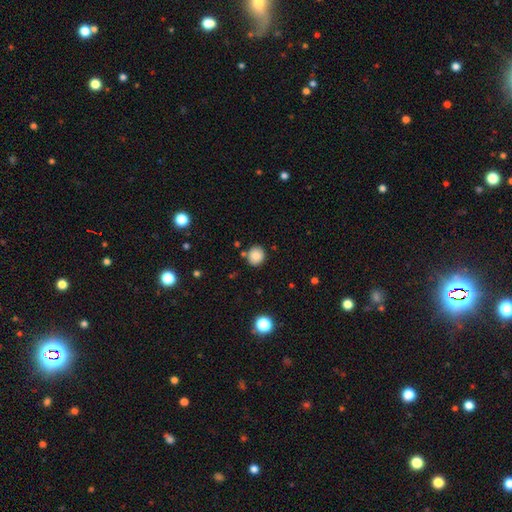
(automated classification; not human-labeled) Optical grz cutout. It shows a smooth galaxy with no disk features (84%) that is round (84%). Merging: none (83%).